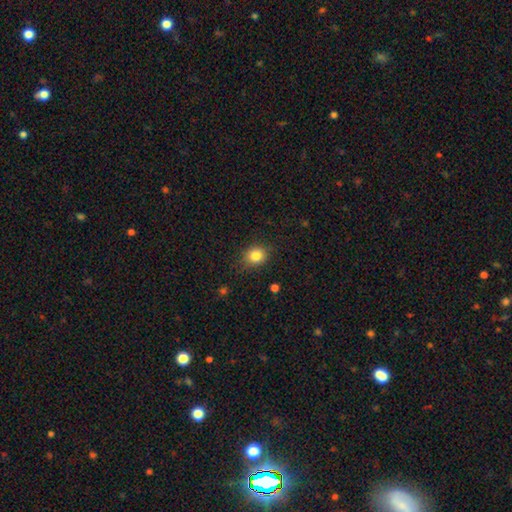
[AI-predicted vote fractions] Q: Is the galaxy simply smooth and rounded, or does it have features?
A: smooth — 83%.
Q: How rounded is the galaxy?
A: round — 69%.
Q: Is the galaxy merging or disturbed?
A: none — 84%.